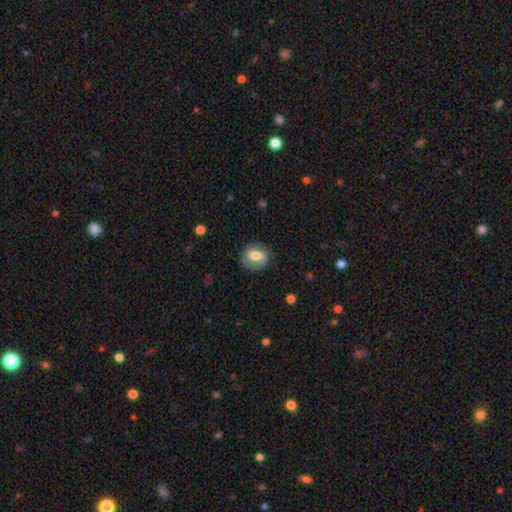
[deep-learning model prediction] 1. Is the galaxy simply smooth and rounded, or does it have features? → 50% featured or disk, 43% smooth, 7% star or artifact.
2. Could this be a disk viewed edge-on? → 95% no, 5% yes.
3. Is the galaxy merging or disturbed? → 78% none, 14% minor disturbance, 6% major disturbance, 1% merger.